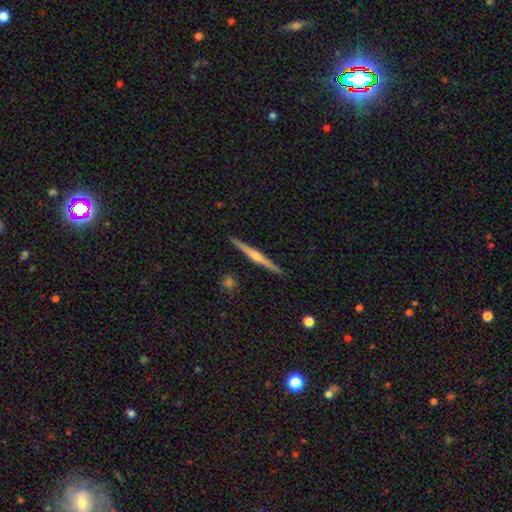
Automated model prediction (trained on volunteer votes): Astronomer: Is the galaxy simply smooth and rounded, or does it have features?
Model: featured or disk — 81%.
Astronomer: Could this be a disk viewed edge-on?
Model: yes — 99%.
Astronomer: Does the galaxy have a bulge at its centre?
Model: rounded — 86%.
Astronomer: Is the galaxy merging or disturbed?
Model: none — 93%.